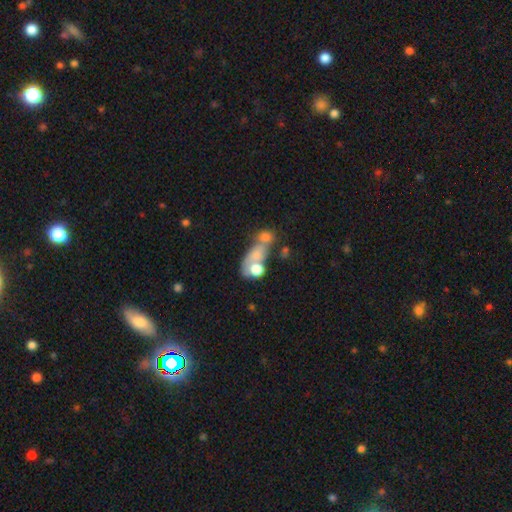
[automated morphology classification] smooth_or_featured: smooth (p=0.57) [alt: featured or disk p=0.29]
how_rounded: in between (p=0.61) [alt: round p=0.32]
merging: merger (p=0.54) [alt: none p=0.20]